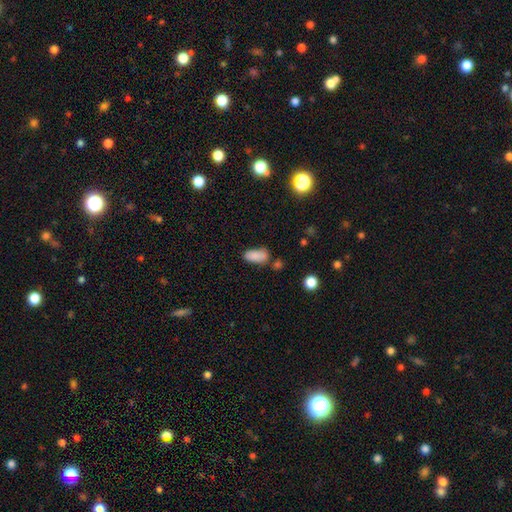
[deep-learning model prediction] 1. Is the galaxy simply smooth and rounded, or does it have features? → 85% smooth, 10% star or artifact, 5% featured or disk.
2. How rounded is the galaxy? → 86% in between, 10% cigar-shaped, 3% round.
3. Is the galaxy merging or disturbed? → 65% none, 21% minor disturbance, 10% merger, 5% major disturbance.